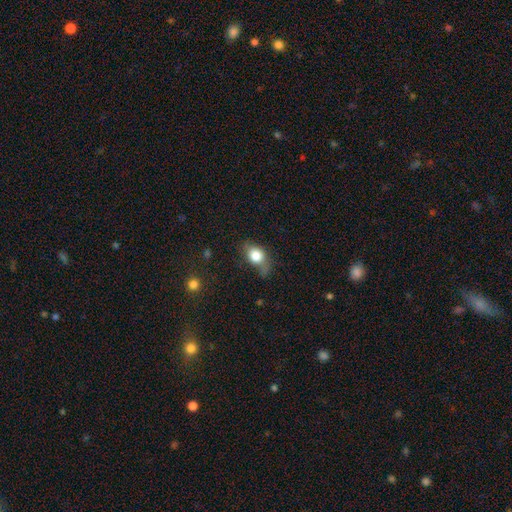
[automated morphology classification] The model was most divided on "merging": none: 46%, minor disturbance: 34%, major disturbance: 16%, merger: 4%. More confident: smooth or featured — smooth (77%); how rounded — in between (68%).